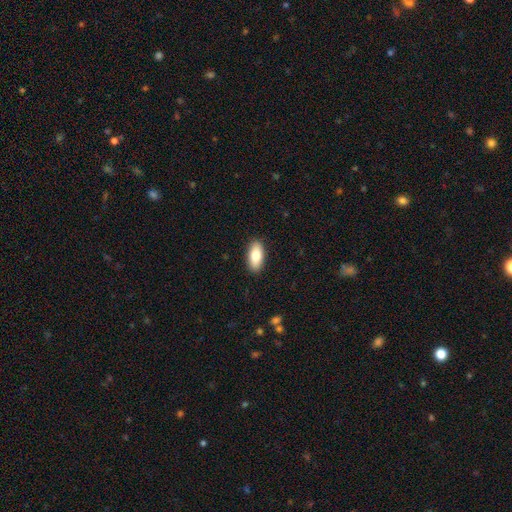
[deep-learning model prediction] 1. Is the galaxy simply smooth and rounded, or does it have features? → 80% smooth, 13% featured or disk, 6% star or artifact.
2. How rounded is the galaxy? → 88% in between, 10% cigar-shaped, 3% round.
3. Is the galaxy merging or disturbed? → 90% none, 8% minor disturbance, 2% major disturbance, 1% merger.